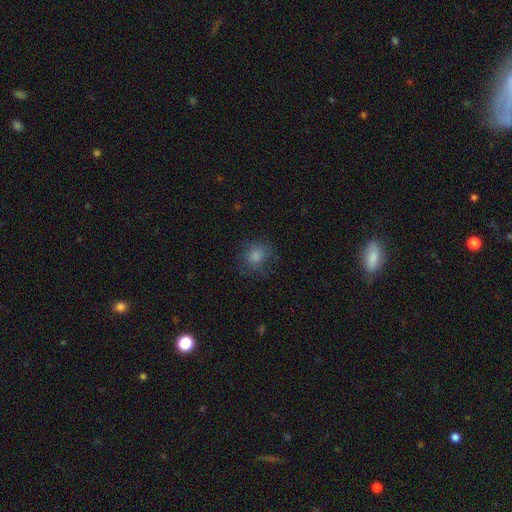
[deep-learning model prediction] Smooth or featured?
  - smooth: 68% *
  - star or artifact: 18%
  - featured or disk: 13%
How rounded?
  - round: 78% *
  - in between: 21%
  - cigar-shaped: 1%
Merging?
  - none: 74% *
  - minor disturbance: 16%
  - major disturbance: 8%
  - merger: 1%